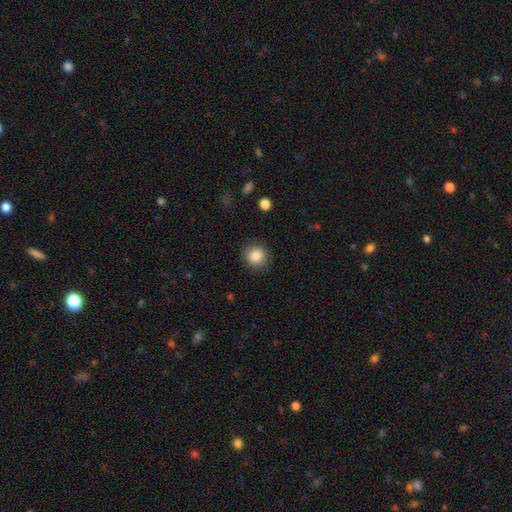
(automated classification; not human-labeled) The model was most divided on "smooth or featured": smooth: 84%, star or artifact: 9%, featured or disk: 7%. More confident: how rounded — round (88%); merging — none (88%).